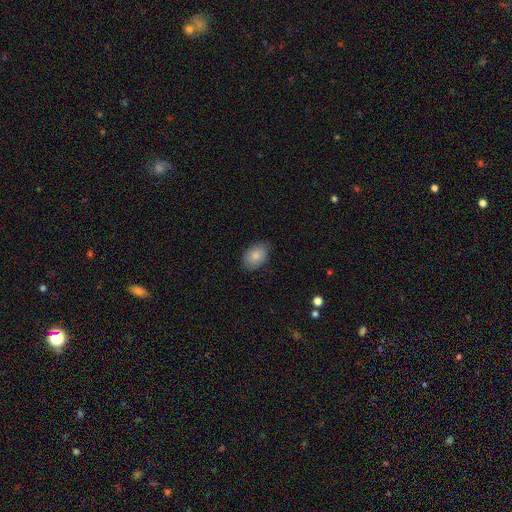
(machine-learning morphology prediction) smooth 85%, featured or disk 8%, star or artifact 7%. Down the decision tree: how rounded — in between (86%); merging — none (83%).